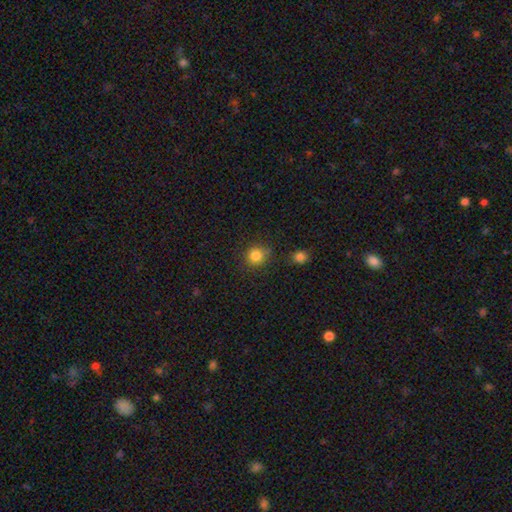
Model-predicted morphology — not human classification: Q: Smooth or featured?
A: smooth (83%); runner-up: star or artifact (12%)
Q: How rounded?
A: round (90%); runner-up: in between (9%)
Q: Merging?
A: none (82%); runner-up: minor disturbance (11%)